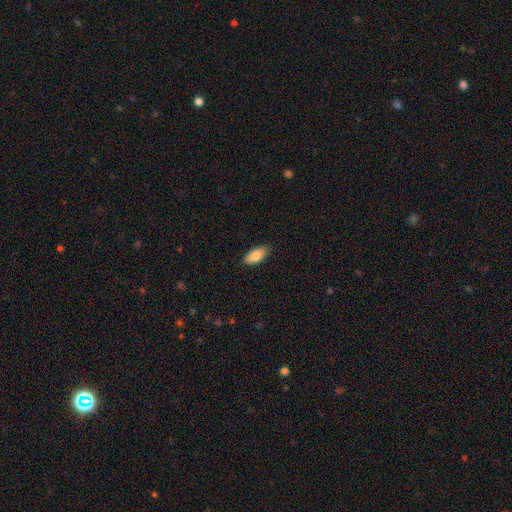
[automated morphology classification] A smooth galaxy with no disk features (82%) that is in between round and cigar-shaped (89%). Merging: none (87%).